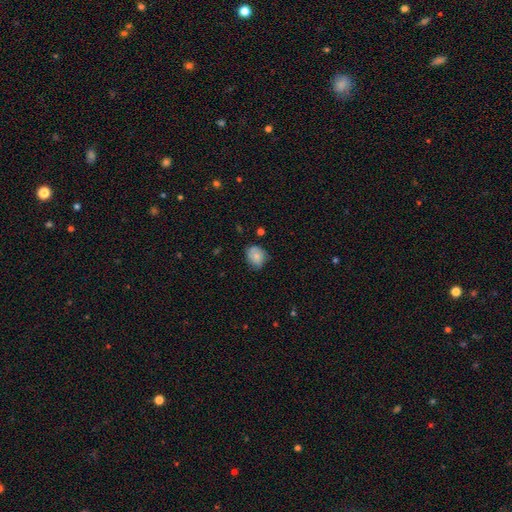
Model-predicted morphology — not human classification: smooth 76%, featured or disk 16%, star or artifact 8%. Down the decision tree: how rounded — round (53%); merging — none (62%).